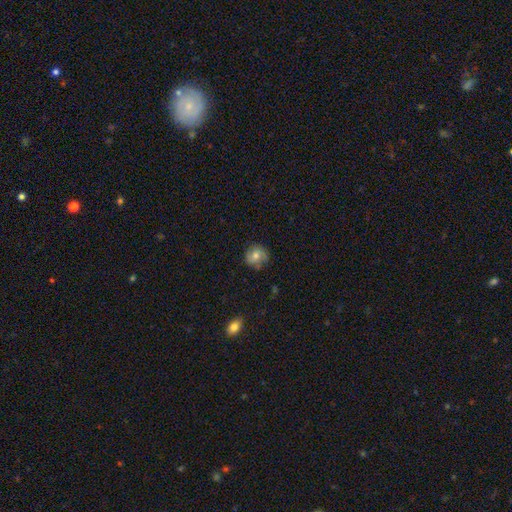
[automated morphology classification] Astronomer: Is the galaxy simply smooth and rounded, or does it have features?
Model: smooth — 72%.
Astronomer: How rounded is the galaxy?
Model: round — 82%.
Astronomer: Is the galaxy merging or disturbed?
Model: none — 75%.